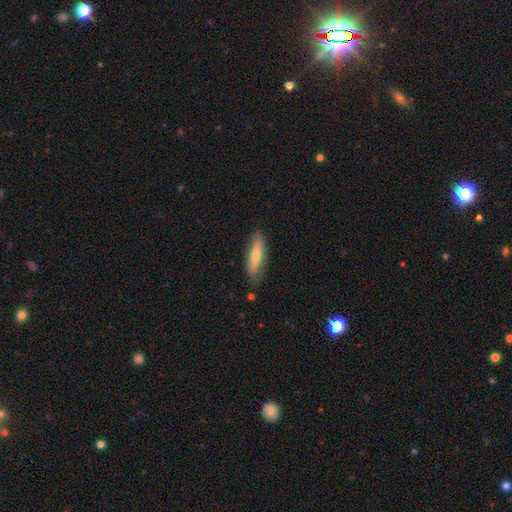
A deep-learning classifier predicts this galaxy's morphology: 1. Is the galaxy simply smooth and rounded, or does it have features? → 56% smooth, 38% featured or disk, 6% star or artifact.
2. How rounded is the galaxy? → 65% cigar-shaped, 33% in between, 2% round.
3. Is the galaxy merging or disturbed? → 79% none, 16% minor disturbance, 3% major disturbance, 2% merger.